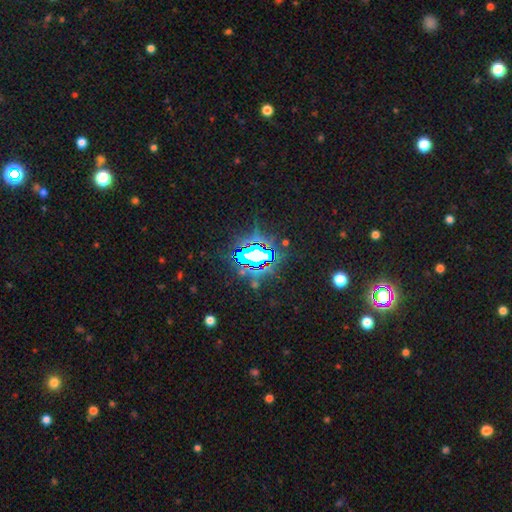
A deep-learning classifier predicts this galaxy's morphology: A star or artifact, not a galaxy (79%).

Vote fractions:
- Smooth or featured? star or artifact: 79% / smooth: 11% / featured or disk: 10%